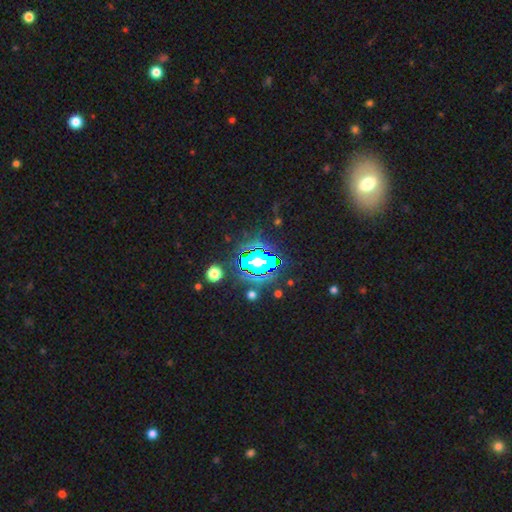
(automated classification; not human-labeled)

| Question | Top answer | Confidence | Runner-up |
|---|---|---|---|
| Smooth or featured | star or artifact | 68% | smooth (18%) |